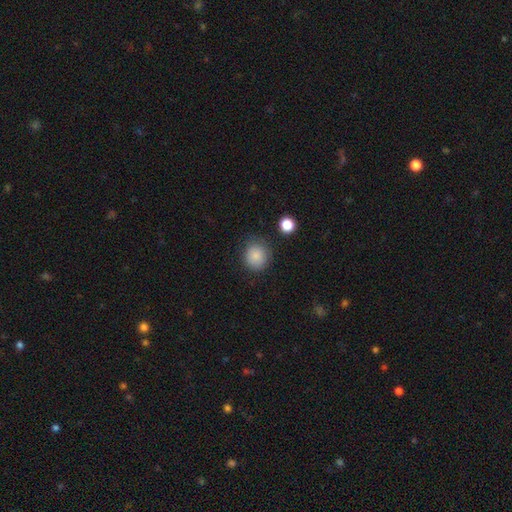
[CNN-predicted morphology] The model was most divided on "merging": none: 78%, minor disturbance: 16%, major disturbance: 4%, merger: 2%. More confident: smooth or featured — smooth (85%); how rounded — round (82%).